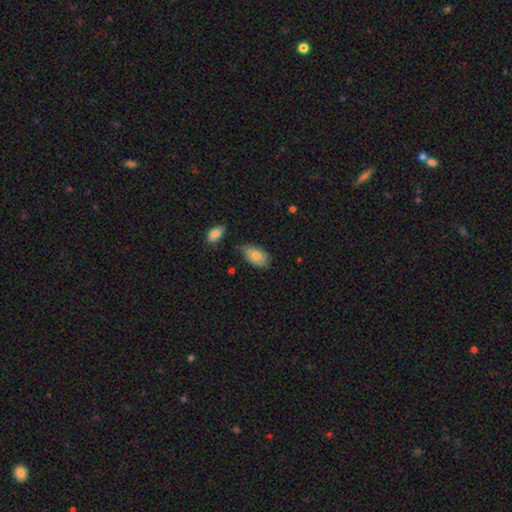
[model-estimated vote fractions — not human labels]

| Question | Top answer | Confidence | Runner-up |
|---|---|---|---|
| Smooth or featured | smooth | 79% | featured or disk (15%) |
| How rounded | in between | 93% | round (5%) |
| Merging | none | 63% | minor disturbance (29%) |